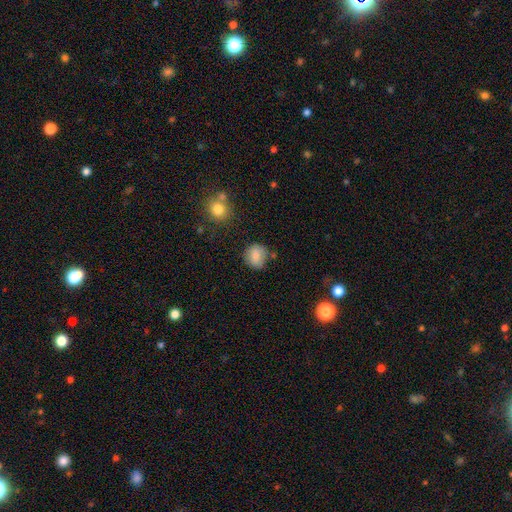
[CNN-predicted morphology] Overall: smooth (80%). How rounded: round (85%). Merging: none (76%).